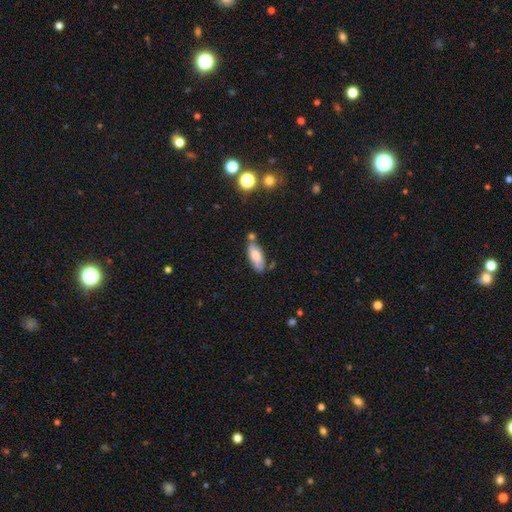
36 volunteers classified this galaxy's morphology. This is clearly a smooth galaxy (94%). How rounded: clearly in between (91%). Merging: likely none (72%).